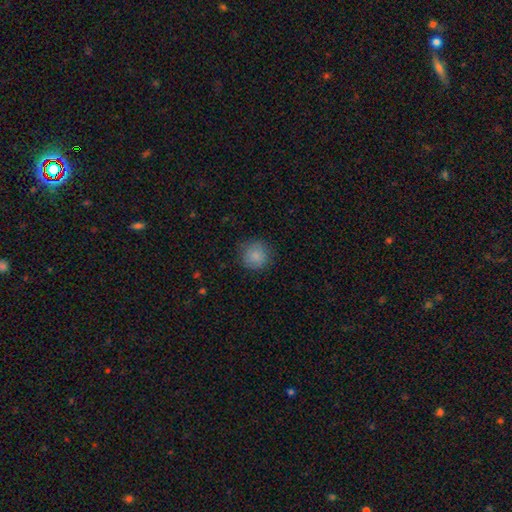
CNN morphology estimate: Smooth or featured: smooth — 85% (star or artifact — 8%)
How rounded: round — 92% (in between — 7%)
Merging: none — 82% (minor disturbance — 13%)